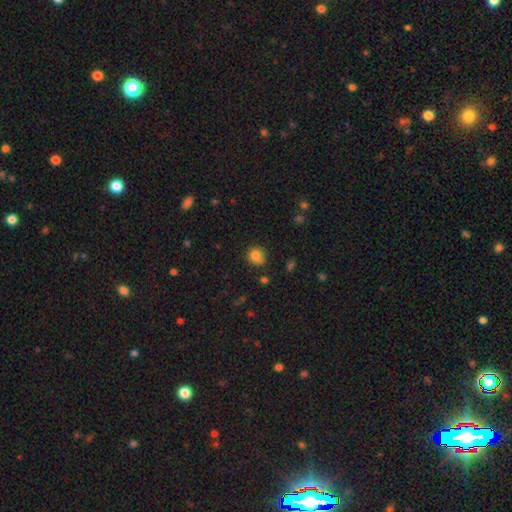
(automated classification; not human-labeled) smooth 80%, star or artifact 12%, featured or disk 8%. Down the decision tree: how rounded — round (81%); merging — none (65%).